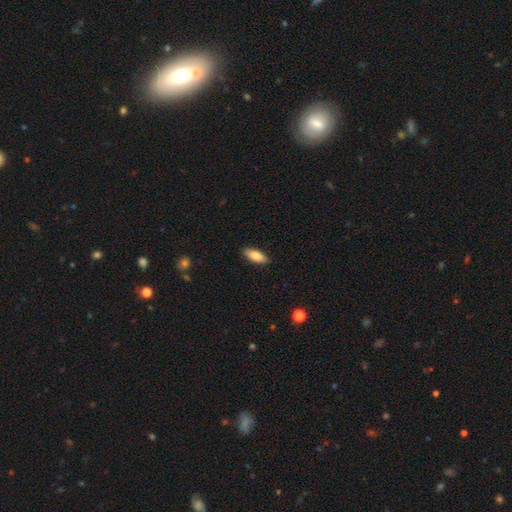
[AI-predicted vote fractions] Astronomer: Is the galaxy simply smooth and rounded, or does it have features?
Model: smooth — 81%.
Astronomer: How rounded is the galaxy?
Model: in between — 77%.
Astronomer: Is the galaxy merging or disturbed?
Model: none — 89%.